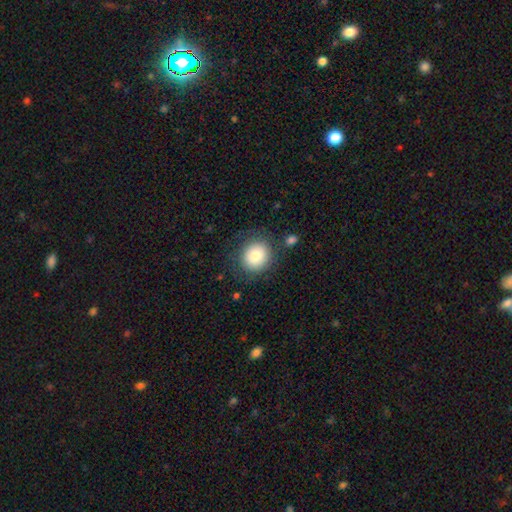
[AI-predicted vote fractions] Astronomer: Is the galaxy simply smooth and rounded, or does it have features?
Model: smooth — 79%.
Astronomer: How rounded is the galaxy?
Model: round — 82%.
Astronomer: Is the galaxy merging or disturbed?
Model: none — 78%.